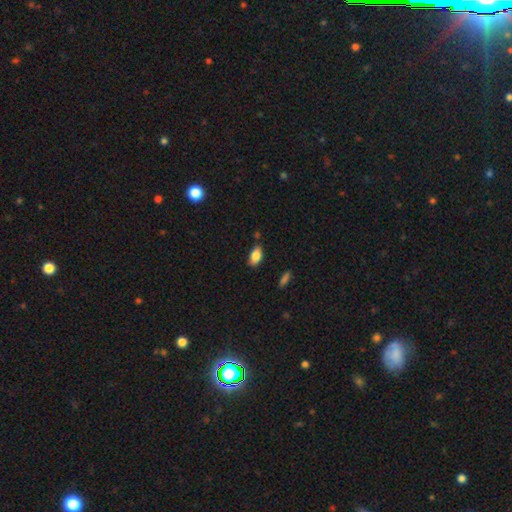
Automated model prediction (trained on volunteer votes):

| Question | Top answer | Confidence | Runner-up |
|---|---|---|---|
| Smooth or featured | smooth | 85% | featured or disk (8%) |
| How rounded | in between | 91% | cigar-shaped (5%) |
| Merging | none | 72% | minor disturbance (21%) |